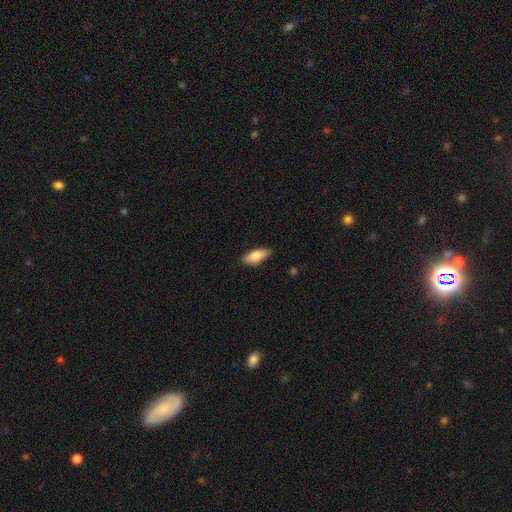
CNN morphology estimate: smooth 78%, featured or disk 15%, star or artifact 6%. Down the decision tree: how rounded — in between (81%); merging — none (83%).